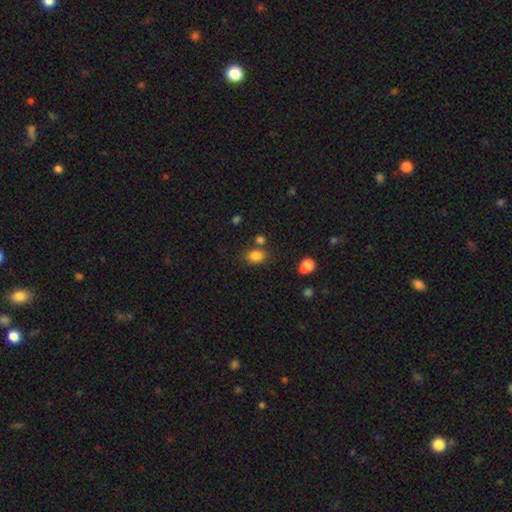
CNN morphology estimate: Smooth or featured? Predicted: smooth (p=0.83). How rounded? Predicted: in between (p=0.67). Merging? Predicted: none (p=0.70).